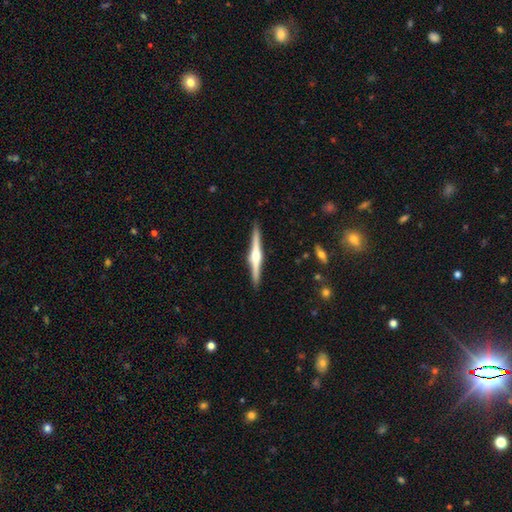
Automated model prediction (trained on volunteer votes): Morphology: type=featured or disk (80%); edge-on=yes (98%); edge-on bulge=rounded (93%); merging=none (91%).